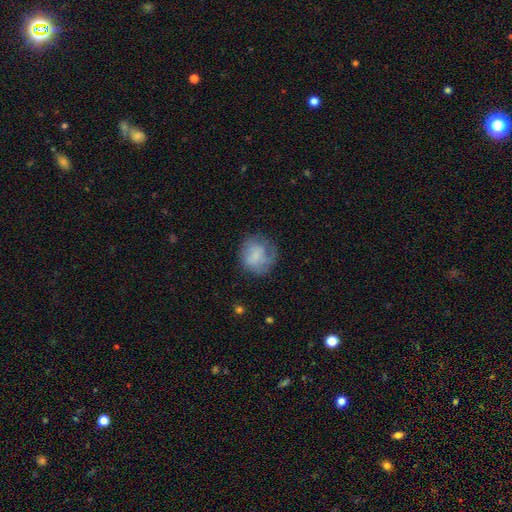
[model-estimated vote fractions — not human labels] Overall: smooth (65%; featured or disk 27%). How rounded: round (78%). Merging: none (58%; minor disturbance 24%).